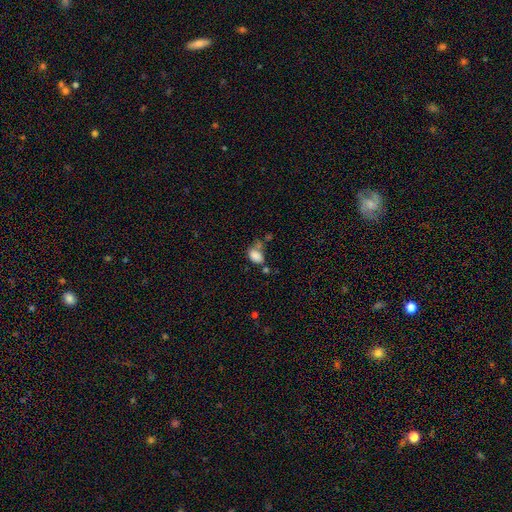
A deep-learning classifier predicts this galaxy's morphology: smooth-or-featured: smooth: 83% | star or artifact: 10% | featured or disk: 7%
  how-rounded: in between: 84% | round: 14% | cigar-shaped: 1%
  merging: none: 41% | merger: 25% | minor disturbance: 22% | major disturbance: 13%